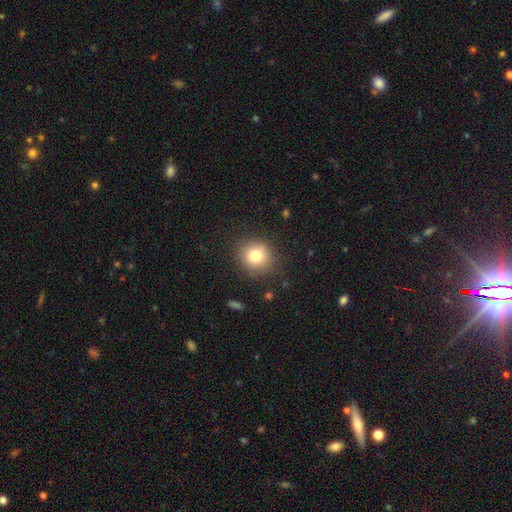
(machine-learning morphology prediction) smooth 79%, star or artifact 12%, featured or disk 9%. Down the decision tree: how rounded — round (86%); merging — none (87%).